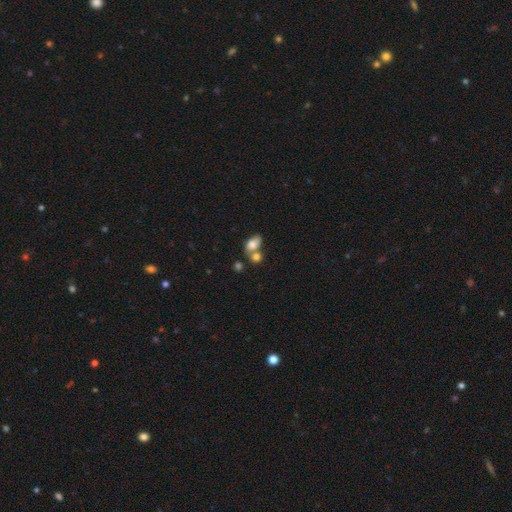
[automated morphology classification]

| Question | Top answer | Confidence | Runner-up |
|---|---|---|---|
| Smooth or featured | smooth | 74% | featured or disk (15%) |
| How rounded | in between | 72% | round (25%) |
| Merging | merger | 48% | none (36%) |